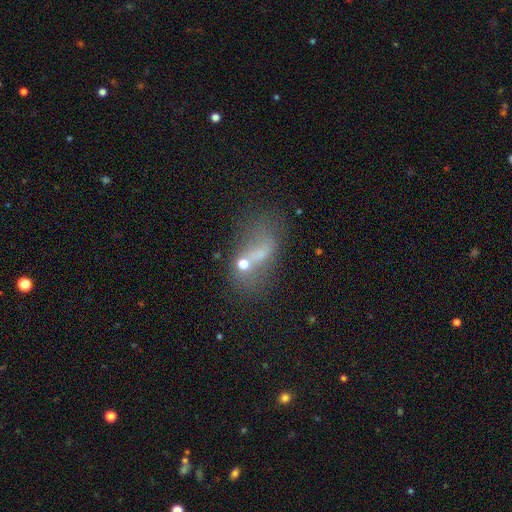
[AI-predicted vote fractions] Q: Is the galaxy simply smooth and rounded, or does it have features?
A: smooth — 43%.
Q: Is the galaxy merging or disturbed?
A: none — 32%.